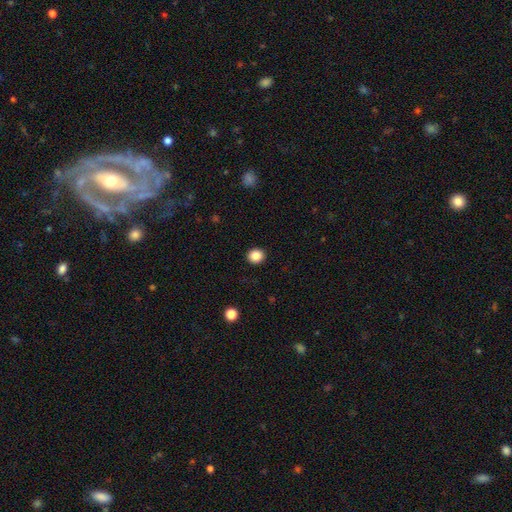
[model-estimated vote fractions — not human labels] This appears to be a smooth galaxy with no disk features (86%) that is round (84%). Merging: none (92%).